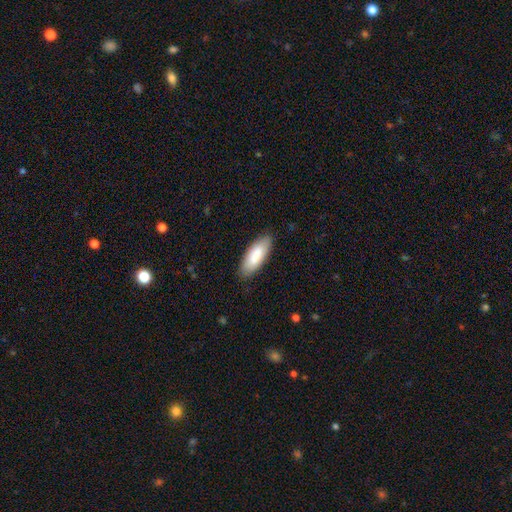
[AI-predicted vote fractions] Smooth or featured?
  - smooth: 86% *
  - featured or disk: 9%
  - star or artifact: 5%
How rounded?
  - in between: 75% *
  - cigar-shaped: 24%
  - round: 1%
Merging?
  - none: 86% *
  - minor disturbance: 11%
  - major disturbance: 2%
  - merger: 1%